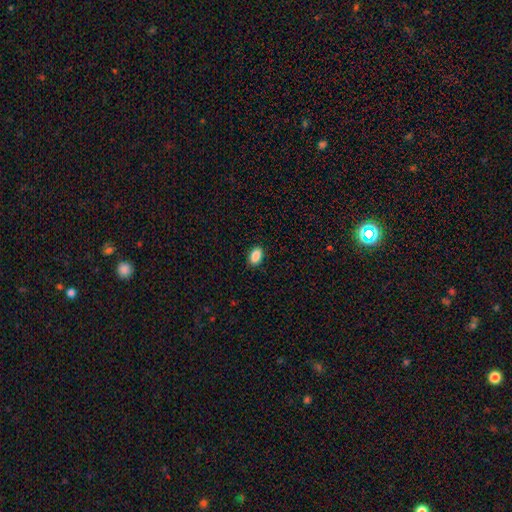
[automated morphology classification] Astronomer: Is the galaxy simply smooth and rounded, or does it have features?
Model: smooth — 89%.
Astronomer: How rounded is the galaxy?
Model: in between — 89%.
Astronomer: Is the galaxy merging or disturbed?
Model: none — 88%.